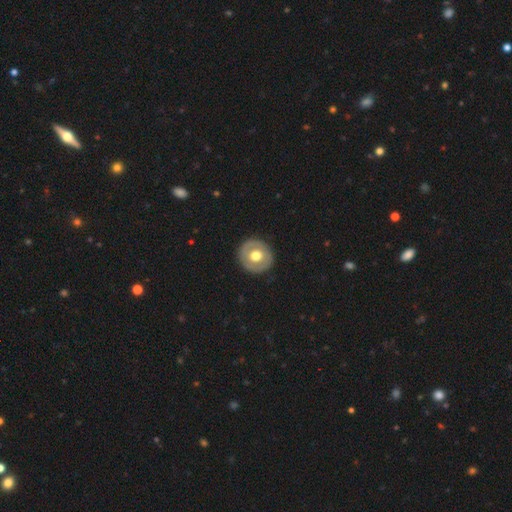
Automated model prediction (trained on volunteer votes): This is possibly a smooth galaxy (51%). How rounded: clearly round (90%). Merging: clearly none (90%).